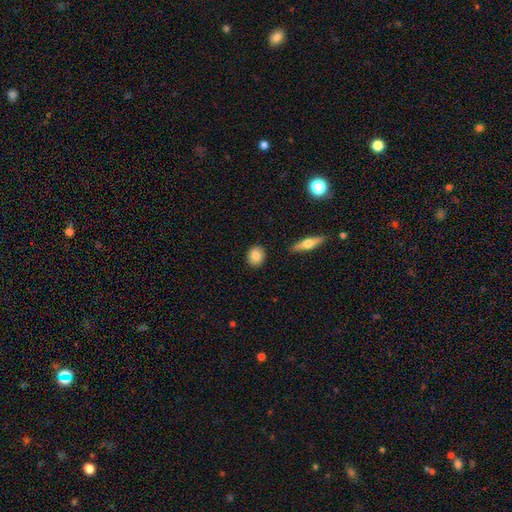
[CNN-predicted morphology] This appears to be a smooth galaxy with no disk features (84%) that is round (65%). Merging: none (89%).